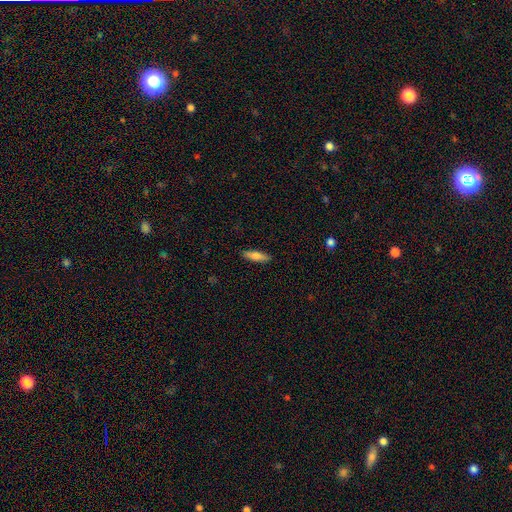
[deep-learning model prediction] Smooth or featured?
  - smooth: 72% *
  - featured or disk: 22%
  - star or artifact: 6%
How rounded?
  - cigar-shaped: 60% *
  - in between: 38%
  - round: 2%
Merging?
  - none: 89% *
  - minor disturbance: 8%
  - major disturbance: 2%
  - merger: 1%